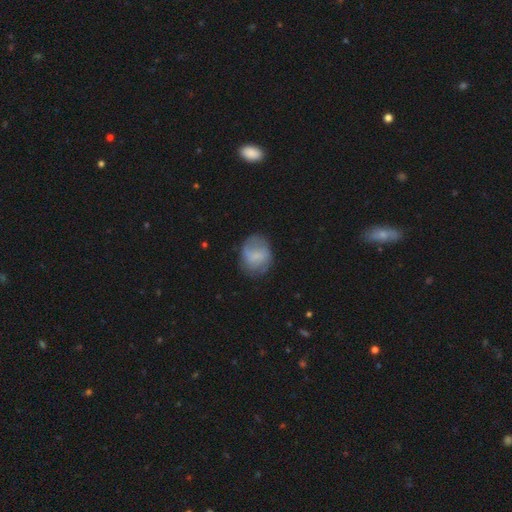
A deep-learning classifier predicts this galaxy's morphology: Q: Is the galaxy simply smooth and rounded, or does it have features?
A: smooth — 60%.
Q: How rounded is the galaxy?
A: round — 54%.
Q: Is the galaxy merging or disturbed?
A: none — 65%.